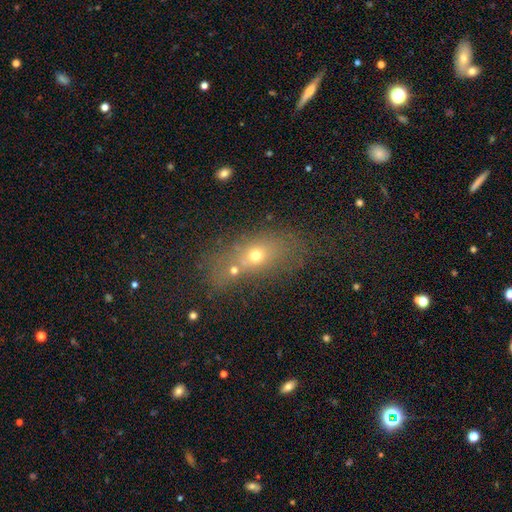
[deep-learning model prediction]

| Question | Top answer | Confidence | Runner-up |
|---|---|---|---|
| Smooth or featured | smooth | 56% | featured or disk (24%) |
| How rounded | in between | 62% | round (28%) |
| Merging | none | 46% | merger (31%) |